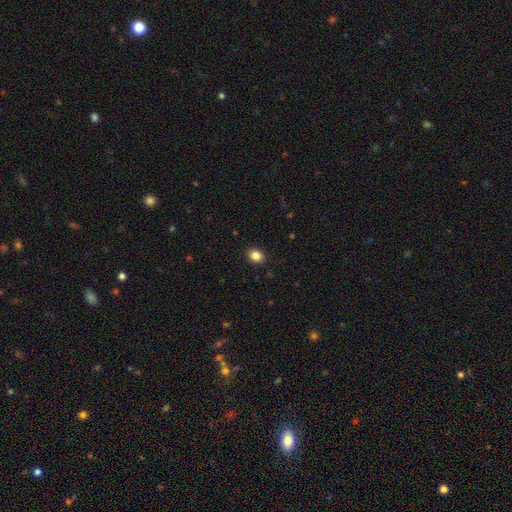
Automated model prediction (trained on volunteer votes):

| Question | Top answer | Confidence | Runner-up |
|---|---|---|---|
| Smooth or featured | smooth | 86% | star or artifact (10%) |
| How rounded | in between | 55% | round (44%) |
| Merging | none | 90% | minor disturbance (7%) |